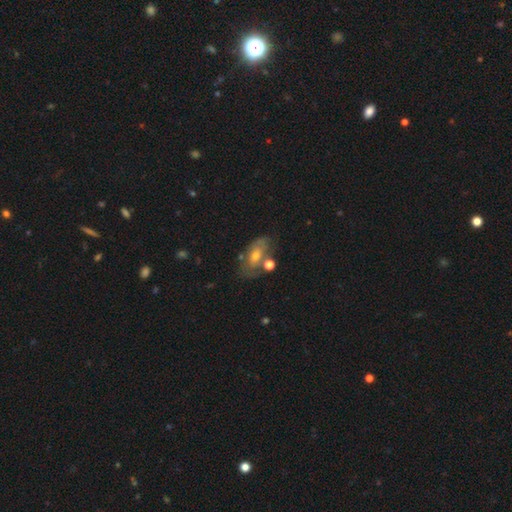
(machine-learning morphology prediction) The model was most divided on "smooth or featured": featured or disk: 46%, smooth: 43%, star or artifact: 12%. More confident: merging — none (55%).